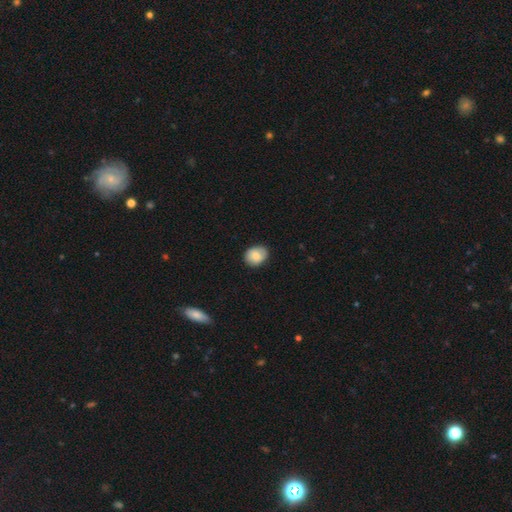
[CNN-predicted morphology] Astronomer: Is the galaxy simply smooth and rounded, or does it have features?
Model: smooth — 81%.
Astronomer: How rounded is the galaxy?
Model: in between — 52% (runner-up: round, 47%).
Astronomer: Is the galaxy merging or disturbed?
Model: none — 83%.